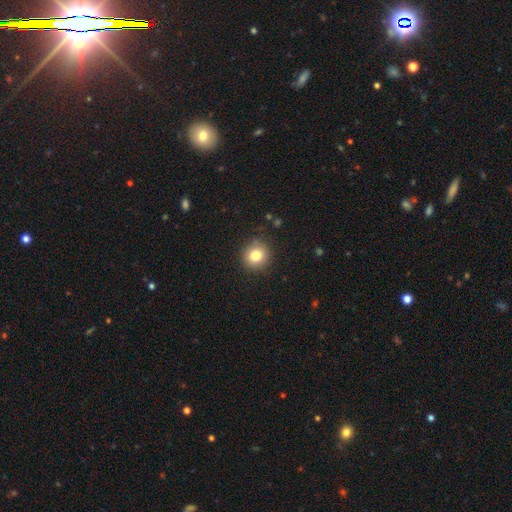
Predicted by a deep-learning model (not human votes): smooth-or-featured: smooth: 81% | star or artifact: 11% | featured or disk: 8%
  how-rounded: round: 88% | in between: 11% | cigar-shaped: 1%
  merging: none: 88% | minor disturbance: 8% | major disturbance: 2% | merger: 1%